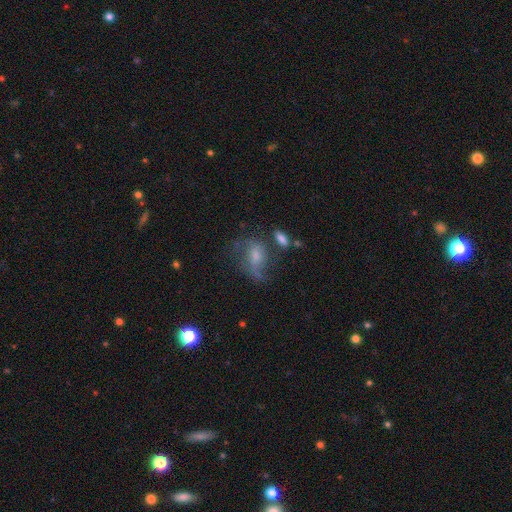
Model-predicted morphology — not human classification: smooth-or-featured: featured or disk: 51% | smooth: 33% | star or artifact: 16%
  disk-edge-on: no: 94% | yes: 6%
  merging: none: 41% | major disturbance: 27% | minor disturbance: 22% | merger: 10%